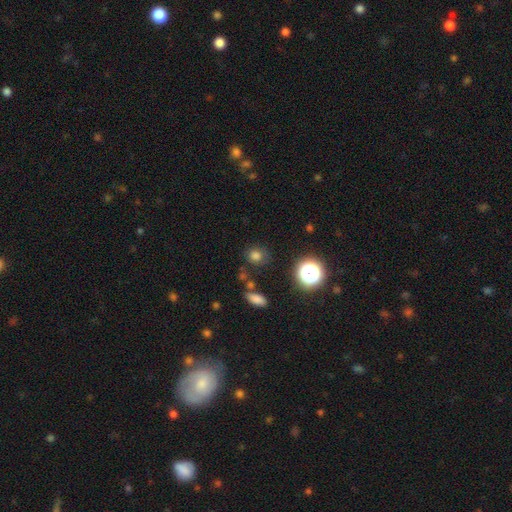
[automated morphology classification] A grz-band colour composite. It shows a smooth galaxy with no disk features (75%) that is round (80%). Merging: none (77%).